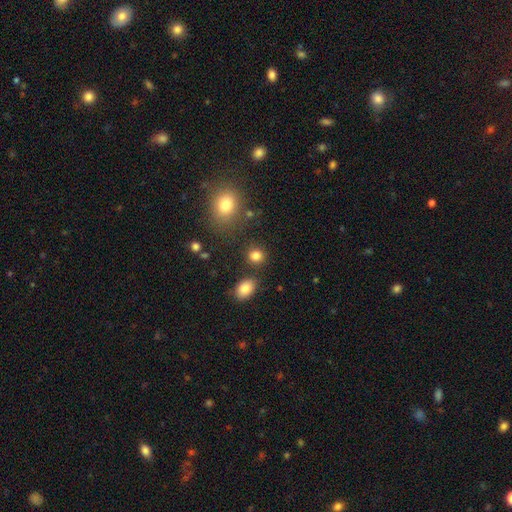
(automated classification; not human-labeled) A smooth galaxy with no disk features (84%) that is round (77%).

Vote fractions:
- Smooth or featured? smooth: 84% / star or artifact: 11% / featured or disk: 5%
- How rounded? round: 77% / in between: 22% / cigar-shaped: 1%
- Merging? none: 82% / minor disturbance: 8% / merger: 7% / major disturbance: 3%